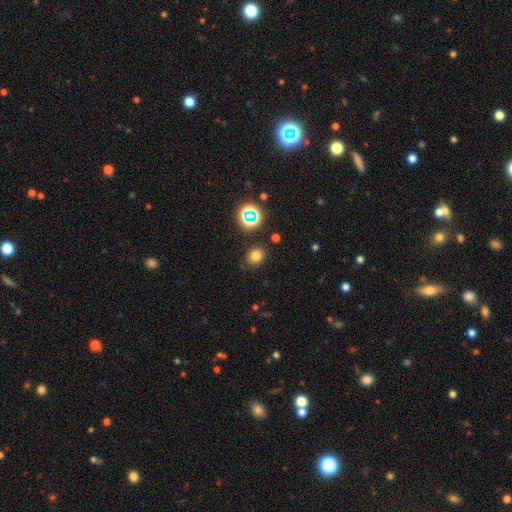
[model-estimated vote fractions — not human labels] This is likely a smooth galaxy (73%). How rounded: likely round (67%). Merging: clearly none (82%).